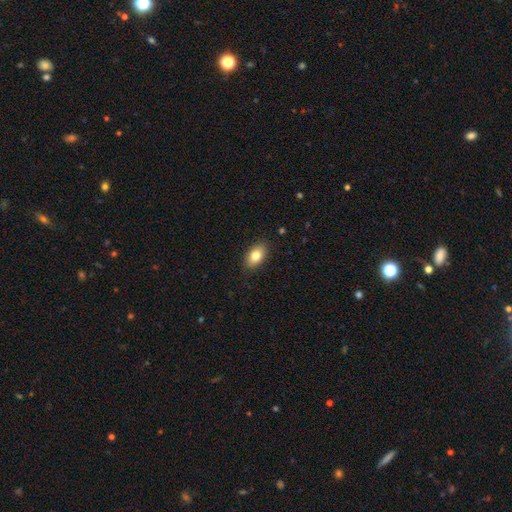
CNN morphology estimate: smooth_or_featured: smooth (p=0.81) [alt: featured or disk p=0.11]
how_rounded: in between (p=0.90) [alt: round p=0.07]
merging: none (p=0.88) [alt: minor disturbance p=0.09]